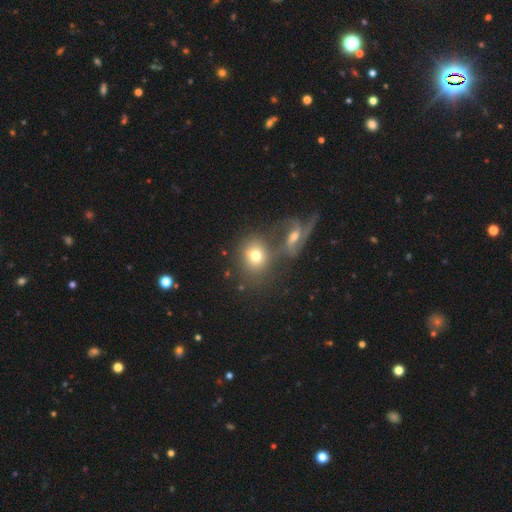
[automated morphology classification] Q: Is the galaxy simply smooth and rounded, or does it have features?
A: smooth — 68%.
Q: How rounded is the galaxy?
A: round — 69%.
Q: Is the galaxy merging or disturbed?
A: none — 42%.